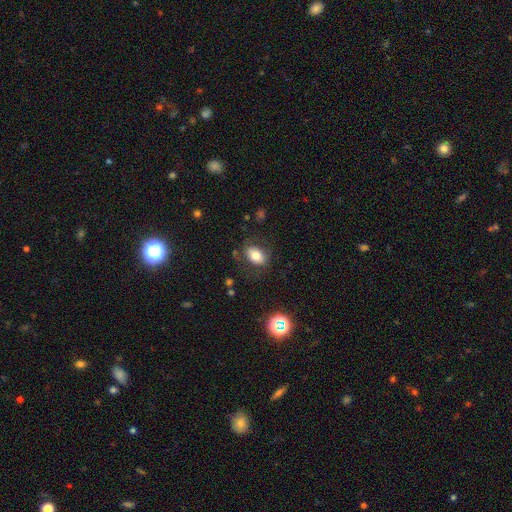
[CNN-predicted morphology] Q: Smooth or featured?
A: smooth (74%); runner-up: featured or disk (16%)
Q: How rounded?
A: in between (84%); runner-up: round (14%)
Q: Merging?
A: none (77%); runner-up: minor disturbance (14%)